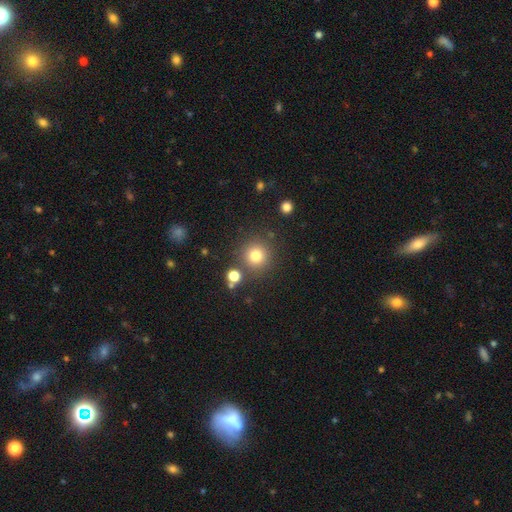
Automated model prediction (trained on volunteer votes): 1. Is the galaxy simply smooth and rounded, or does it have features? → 79% smooth, 14% star or artifact, 7% featured or disk.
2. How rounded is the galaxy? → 94% round, 5% in between, 1% cigar-shaped.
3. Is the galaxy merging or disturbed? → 82% none, 8% minor disturbance, 7% merger, 3% major disturbance.